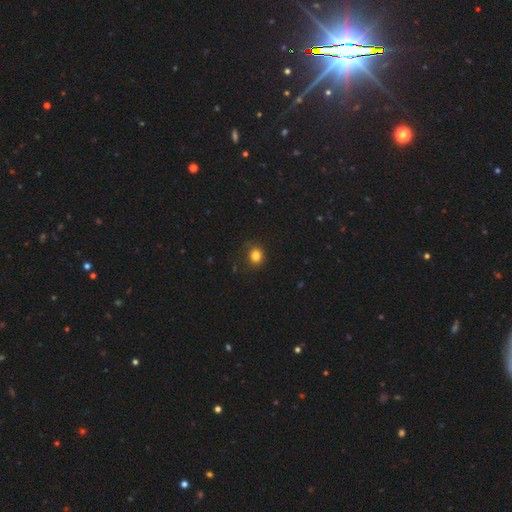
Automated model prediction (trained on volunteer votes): Q: Smooth or featured?
A: smooth (83%); runner-up: star or artifact (13%)
Q: How rounded?
A: round (76%); runner-up: in between (23%)
Q: Merging?
A: none (85%); runner-up: minor disturbance (11%)